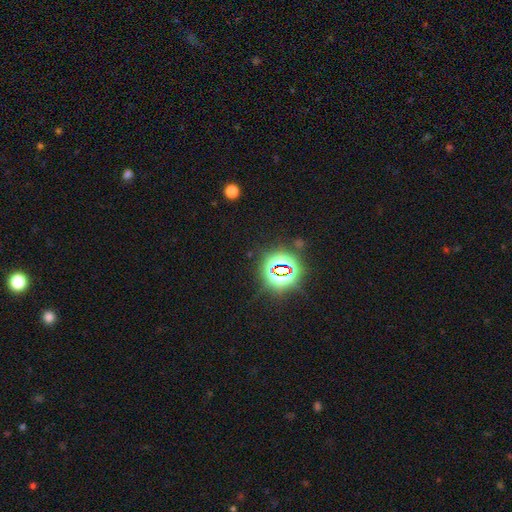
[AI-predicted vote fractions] A star or artifact, not a galaxy (82%).